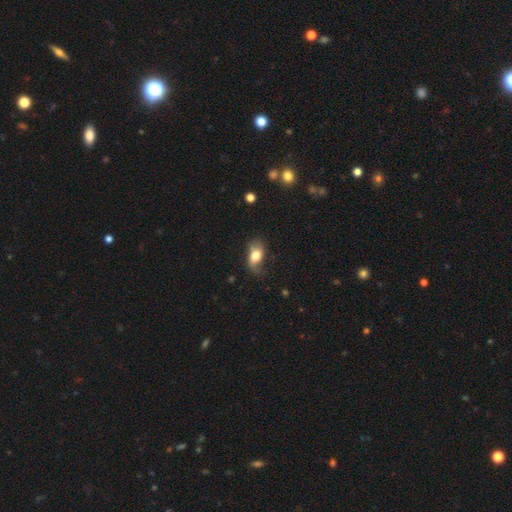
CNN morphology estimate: type=smooth (68%); roundness=in between (87%); merging=none (52%).